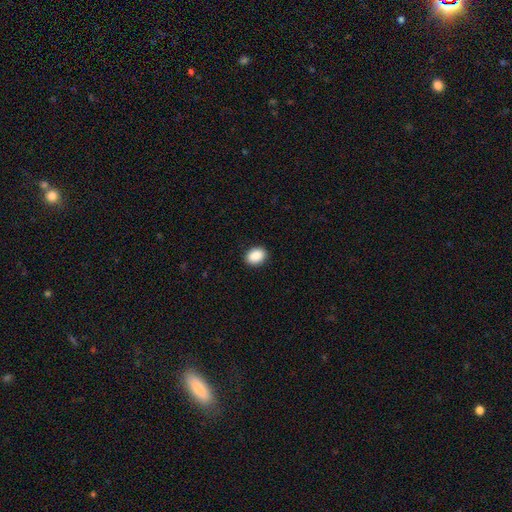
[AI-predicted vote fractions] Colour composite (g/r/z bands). It shows a smooth galaxy with no disk features (90%) that is in between round and cigar-shaped (75%). Merging: none (90%).